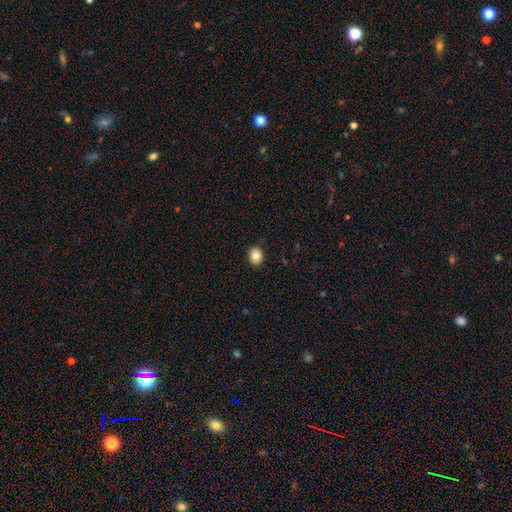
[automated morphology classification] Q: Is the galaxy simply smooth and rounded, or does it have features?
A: smooth — 83%.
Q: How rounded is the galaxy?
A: round — 66%.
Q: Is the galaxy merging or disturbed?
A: none — 87%.